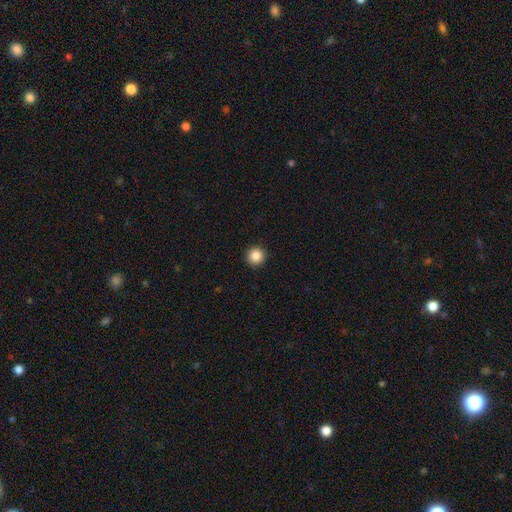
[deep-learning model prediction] This is clearly a smooth galaxy (87%). How rounded: clearly round (96%). Merging: clearly none (93%).